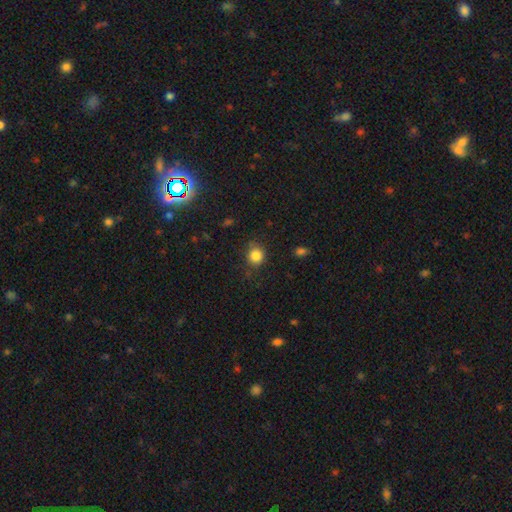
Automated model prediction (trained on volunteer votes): A smooth galaxy with no disk features (84%) that is round (81%).

Vote fractions:
- Smooth or featured? smooth: 84% / star or artifact: 11% / featured or disk: 5%
- How rounded? round: 81% / in between: 18% / cigar-shaped: 1%
- Merging? none: 76% / minor disturbance: 17% / major disturbance: 5% / merger: 2%